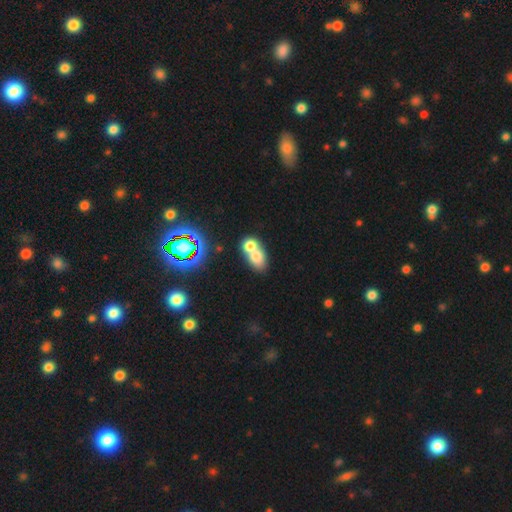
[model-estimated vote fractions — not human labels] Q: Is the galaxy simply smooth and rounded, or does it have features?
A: smooth — 68%.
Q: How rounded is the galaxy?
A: in between — 64%.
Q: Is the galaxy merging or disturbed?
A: merger — 66%.